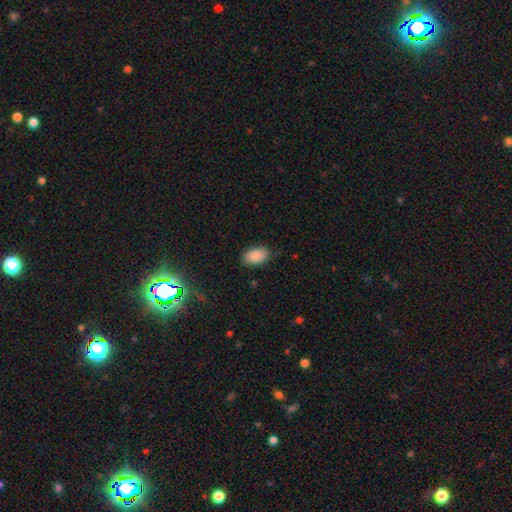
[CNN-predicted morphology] A smooth galaxy with no disk features (88%) that is in between round and cigar-shaped (92%). Merging: none (84%).